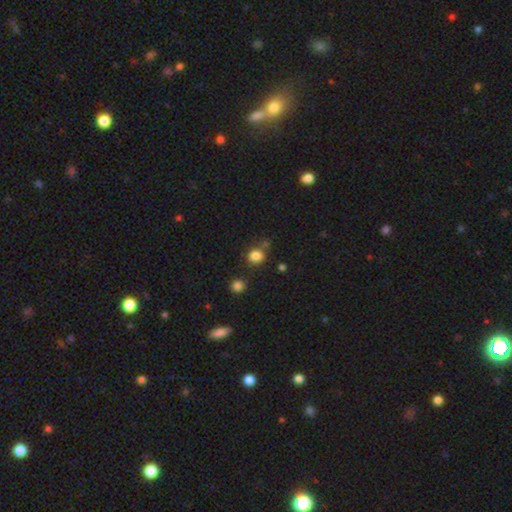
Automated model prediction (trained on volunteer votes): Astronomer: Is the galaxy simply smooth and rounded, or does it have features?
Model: smooth — 82%.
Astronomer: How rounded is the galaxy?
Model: round — 65%.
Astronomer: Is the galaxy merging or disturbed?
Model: none — 69%.